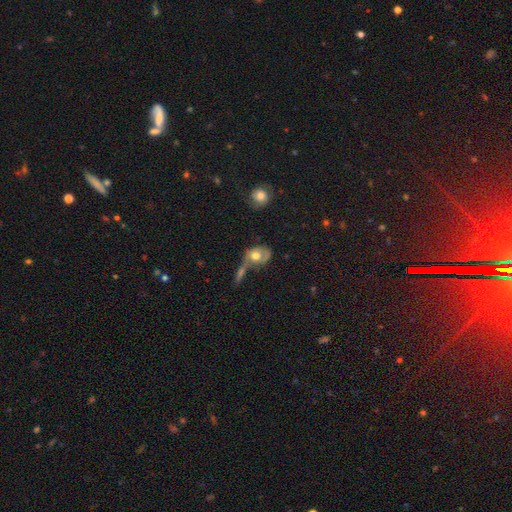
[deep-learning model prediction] This is possibly a smooth galaxy (57%). How rounded: likely in between (63%). Merging: marginally merger (38%).